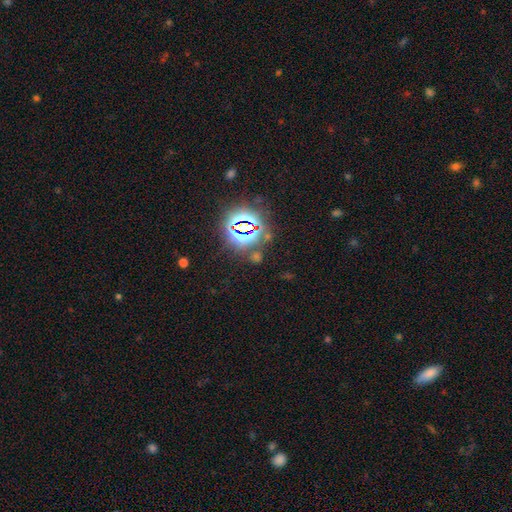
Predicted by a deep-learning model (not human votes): Smooth or featured? Predicted: star or artifact (p=0.75).